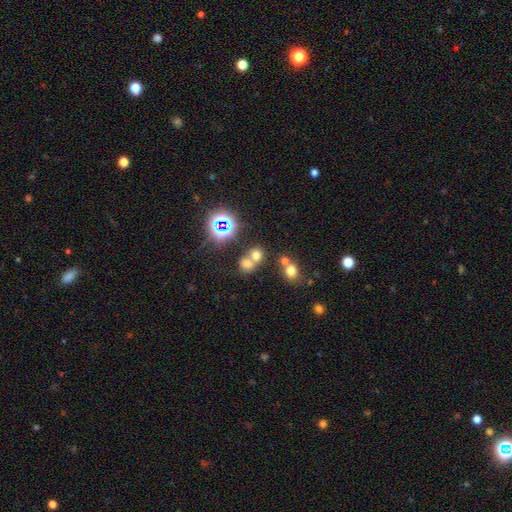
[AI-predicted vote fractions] This is likely a smooth galaxy (61%). How rounded: likely round (73%). Merging: possibly merger (50%).